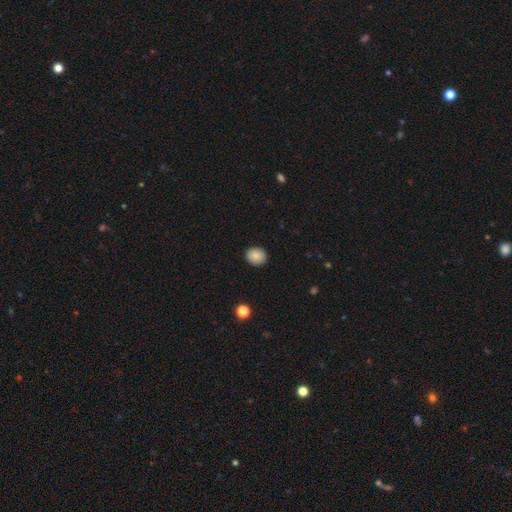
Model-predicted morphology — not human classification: Q: Smooth or featured?
A: smooth (87%); runner-up: star or artifact (9%)
Q: How rounded?
A: round (72%); runner-up: in between (28%)
Q: Merging?
A: none (90%); runner-up: minor disturbance (7%)